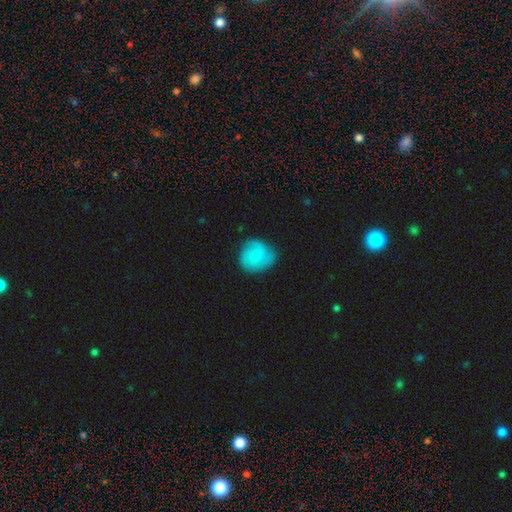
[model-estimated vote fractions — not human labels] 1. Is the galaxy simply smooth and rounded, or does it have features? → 61% smooth, 32% featured or disk, 7% star or artifact.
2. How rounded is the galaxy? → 81% round, 18% in between, 1% cigar-shaped.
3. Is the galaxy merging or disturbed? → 65% none, 25% minor disturbance, 7% major disturbance, 2% merger.